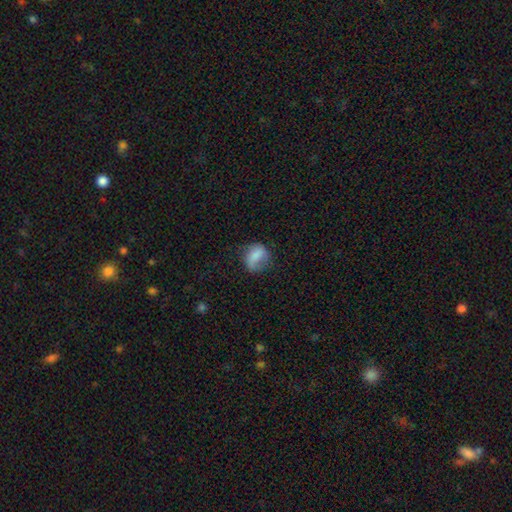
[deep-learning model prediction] The model was most divided on "how rounded": round: 50%, in between: 48%, cigar-shaped: 2%. Remaining: smooth or featured — smooth (72%); merging — none (50%).